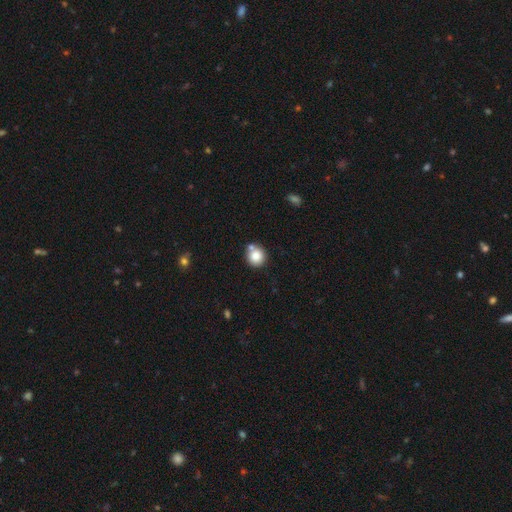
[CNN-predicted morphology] This appears to be a smooth galaxy with no disk features (84%) that is round (90%). Merging: none (66%).